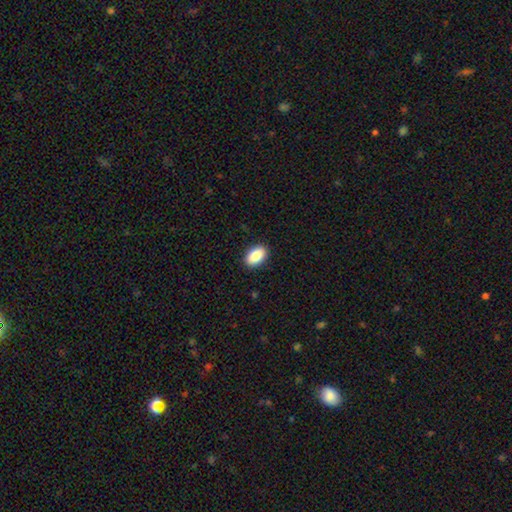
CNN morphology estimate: A smooth galaxy with no disk features (87%) that is in between round and cigar-shaped (91%). Merging: none (90%).